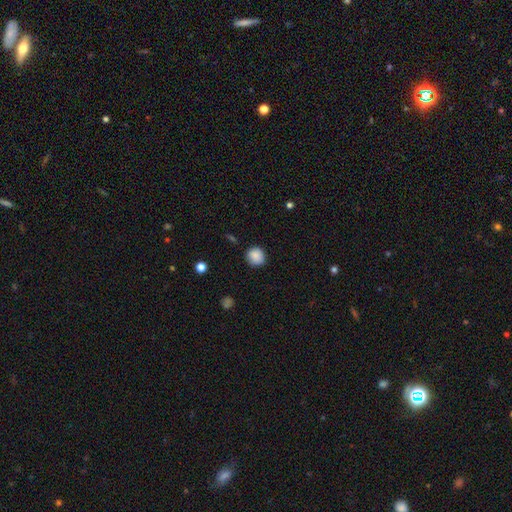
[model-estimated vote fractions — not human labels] A smooth galaxy with no disk features (87%) that is round (88%).

Vote fractions:
- Smooth or featured? smooth: 87% / star or artifact: 9% / featured or disk: 4%
- How rounded? round: 88% / in between: 11% / cigar-shaped: 1%
- Merging? none: 85% / minor disturbance: 11% / major disturbance: 2% / merger: 1%